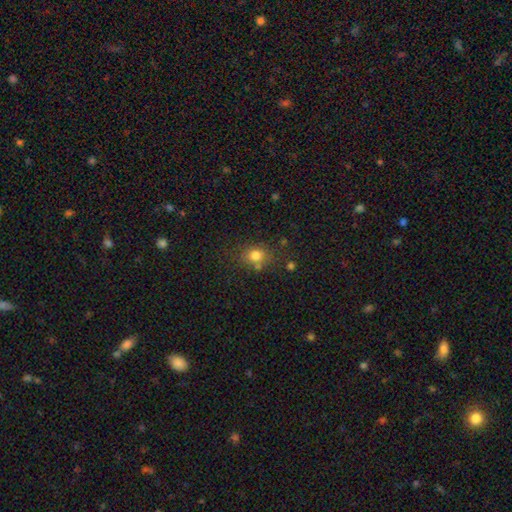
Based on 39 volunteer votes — Smooth or featured? 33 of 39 (85%) said smooth. How rounded? 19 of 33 (58%) said round. Merging? 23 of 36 (64%) said none.